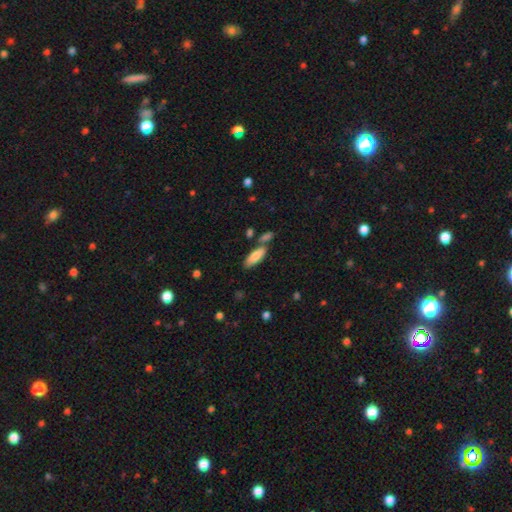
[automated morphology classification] type=smooth (82%); roundness=in between (68%); merging=none (63%).